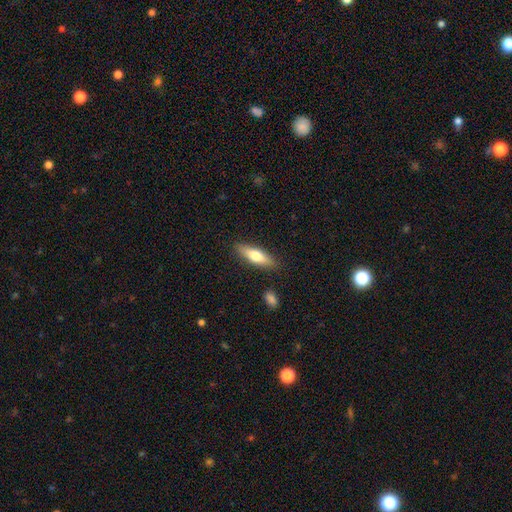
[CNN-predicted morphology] A smooth galaxy with no disk features (66%) that is cigar-shaped (55%).

Vote fractions:
- Smooth or featured? smooth: 66% / featured or disk: 28% / star or artifact: 6%
- How rounded? cigar-shaped: 55% / in between: 43% / round: 2%
- Merging? none: 85% / minor disturbance: 10% / merger: 2% / major disturbance: 2%